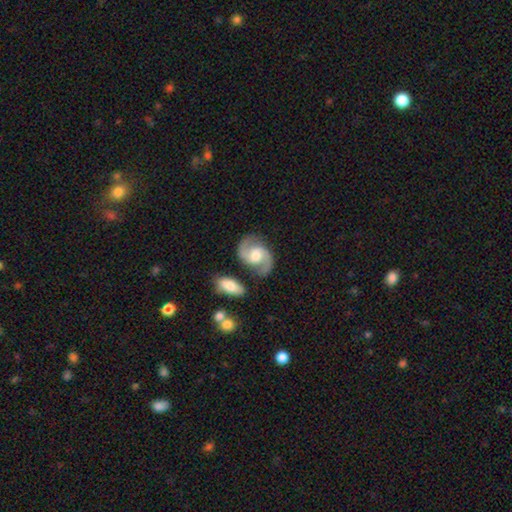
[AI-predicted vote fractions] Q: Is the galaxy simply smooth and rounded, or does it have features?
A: featured or disk — 86%.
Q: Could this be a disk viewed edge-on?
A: no — 98%.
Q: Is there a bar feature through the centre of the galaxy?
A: no — 47%.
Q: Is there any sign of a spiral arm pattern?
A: yes — 96%.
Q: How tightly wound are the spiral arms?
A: medium — 58%.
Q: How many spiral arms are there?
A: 2 — 94%.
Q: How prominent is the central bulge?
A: moderate — 65%.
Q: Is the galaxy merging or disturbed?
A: none — 76%.